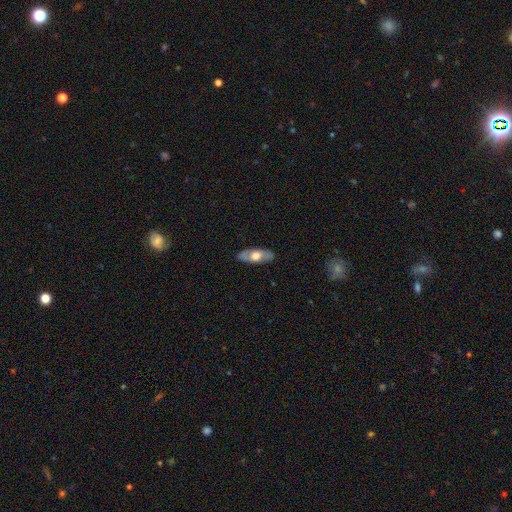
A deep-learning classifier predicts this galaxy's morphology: smooth_or_featured: smooth (p=0.49) [alt: featured or disk p=0.46]
merging: none (p=0.86) [alt: minor disturbance p=0.11]